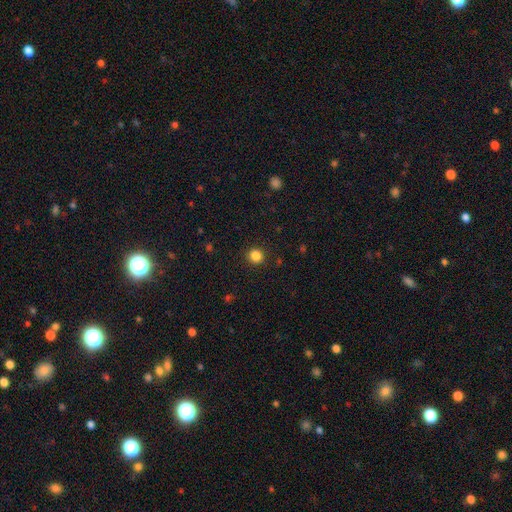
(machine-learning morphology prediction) Q: Smooth or featured?
A: smooth (85%); runner-up: star or artifact (12%)
Q: How rounded?
A: round (88%); runner-up: in between (11%)
Q: Merging?
A: none (91%); runner-up: minor disturbance (6%)